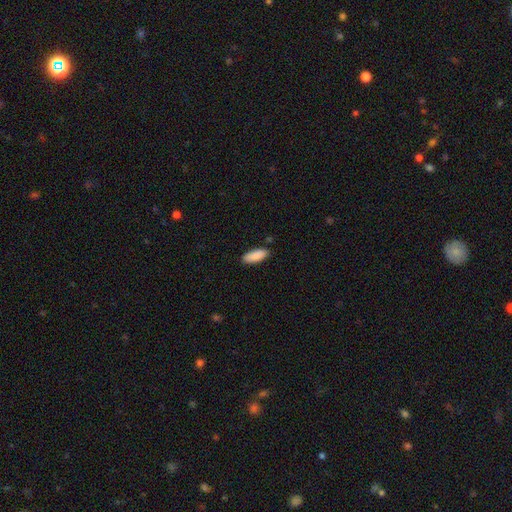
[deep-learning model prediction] smooth_or_featured: smooth (p=0.90) [alt: star or artifact p=0.06]
how_rounded: in between (p=0.75) [alt: cigar-shaped p=0.23]
merging: none (p=0.86) [alt: minor disturbance p=0.11]